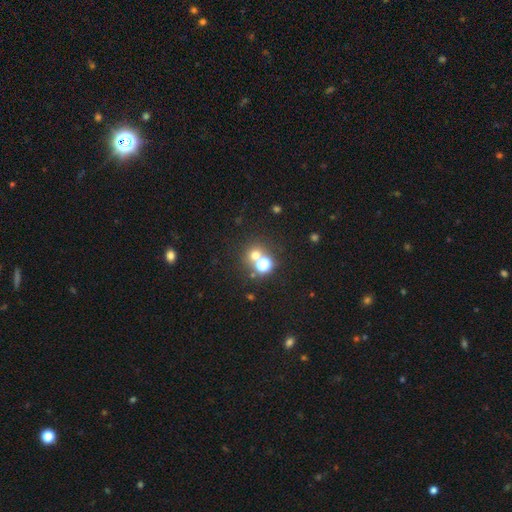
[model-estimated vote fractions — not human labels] This is possibly a smooth galaxy (58%). How rounded: clearly round (87%). Merging: likely none (65%).